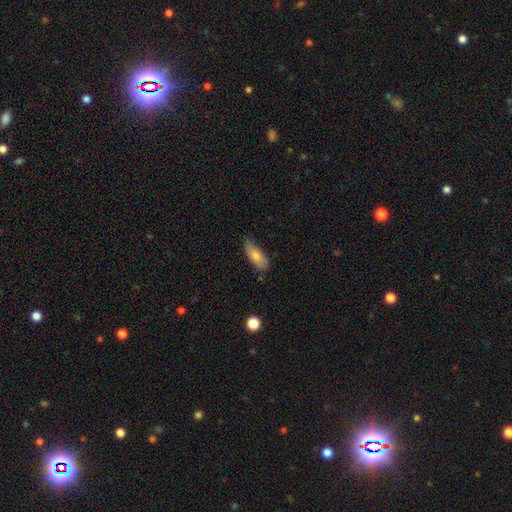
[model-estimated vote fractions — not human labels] This appears to be a smooth galaxy with no disk features (76%) that is in between round and cigar-shaped (71%). Merging: none (77%).